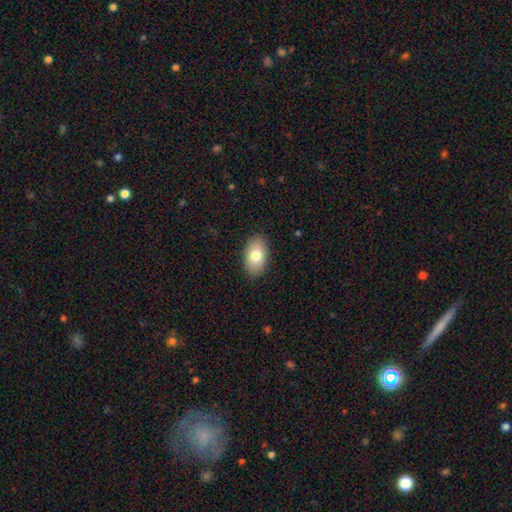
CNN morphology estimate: smooth-or-featured: smooth: 78% | featured or disk: 15% | star or artifact: 7%
  how-rounded: in between: 92% | round: 7% | cigar-shaped: 1%
  merging: none: 88% | minor disturbance: 9% | major disturbance: 2% | merger: 1%